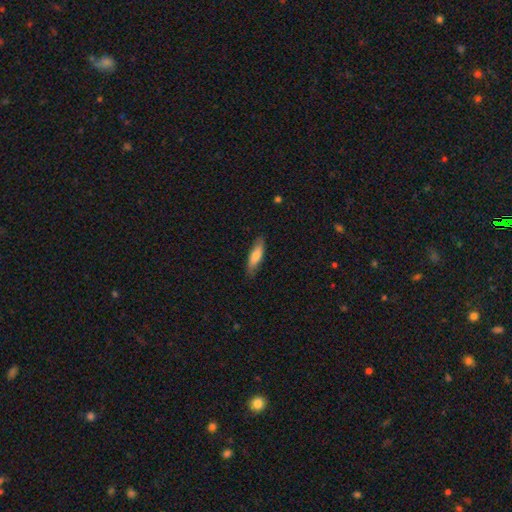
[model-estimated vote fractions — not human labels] A smooth galaxy with no disk features (74%) that is cigar-shaped (60%). Merging: none (82%).